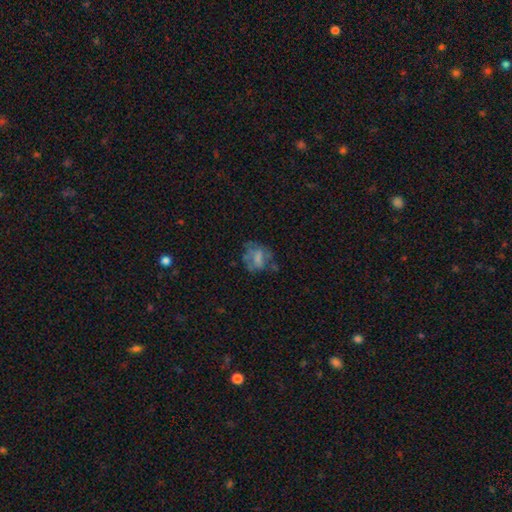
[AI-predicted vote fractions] The model was most divided on "smooth or featured": smooth: 43%, featured or disk: 41%, star or artifact: 16%. More confident: merging — none (52%).